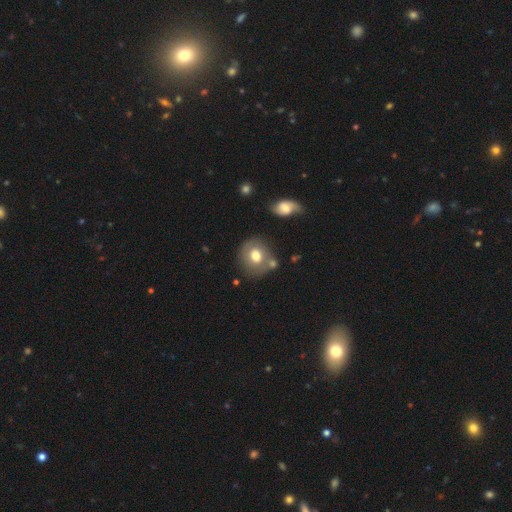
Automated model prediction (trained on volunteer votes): Overall: smooth (67%). How rounded: round (78%). Merging: none (67%).